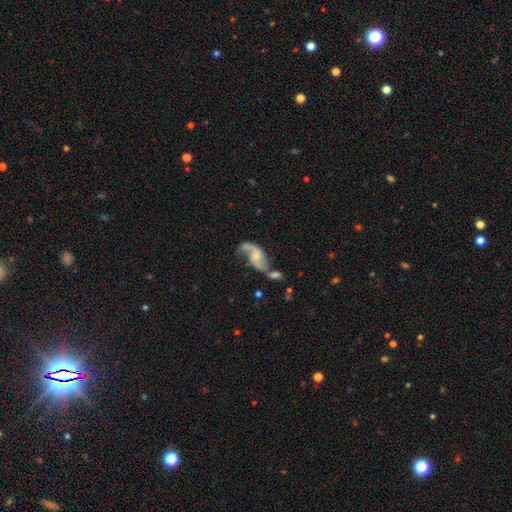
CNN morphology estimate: Smooth or featured?
  - featured or disk: 83% *
  - smooth: 11%
  - star or artifact: 6%
Edge-on disk?
  - no: 96% *
  - yes: 4%
Bar?
  - no: 56% *
  - weak: 35%
  - strong: 8%
Spiral arms?
  - yes: 94% *
  - no: 6%
Spiral winding?
  - loose: 74% *
  - medium: 22%
  - tight: 5%
Spiral arm count?
  - 2: 89% *
  - 1: 5%
  - can't tell: 3%
  - 3: 1%
  - 4: 1%
  - more than 4: 1%
Bulge size?
  - small: 42% *
  - moderate: 34%
  - none: 17%
  - large: 5%
  - dominant: 2%
Merging?
  - none: 38% *
  - merger: 30%
  - minor disturbance: 17%
  - major disturbance: 14%